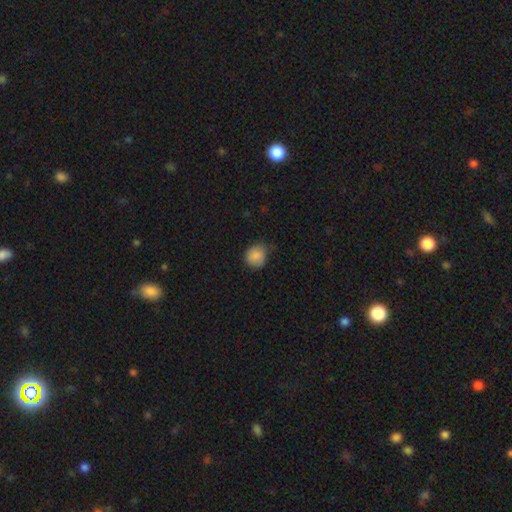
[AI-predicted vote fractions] smooth-or-featured: smooth: 86% | star or artifact: 8% | featured or disk: 6%
  how-rounded: round: 83% | in between: 16% | cigar-shaped: 1%
  merging: none: 63% | minor disturbance: 30% | major disturbance: 6% | merger: 1%